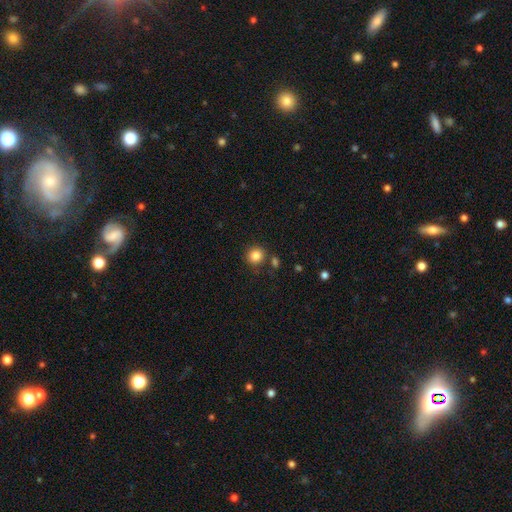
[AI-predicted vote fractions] smooth-or-featured: smooth: 85% | star or artifact: 11% | featured or disk: 5%
  how-rounded: round: 91% | in between: 8% | cigar-shaped: 1%
  merging: none: 82% | minor disturbance: 8% | merger: 7% | major disturbance: 3%